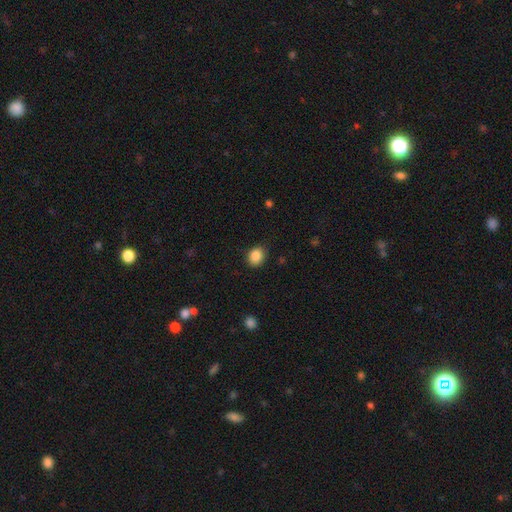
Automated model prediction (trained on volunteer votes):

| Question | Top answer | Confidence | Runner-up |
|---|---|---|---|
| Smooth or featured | smooth | 87% | star or artifact (9%) |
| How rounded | round | 57% | in between (43%) |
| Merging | none | 83% | minor disturbance (13%) |